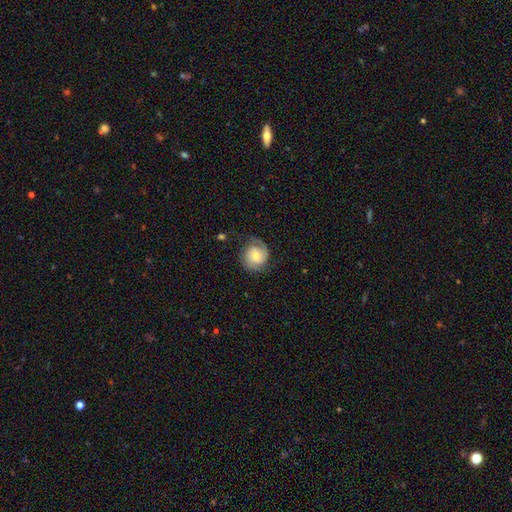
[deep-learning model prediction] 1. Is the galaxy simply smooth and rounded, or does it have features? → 50% featured or disk, 43% smooth, 7% star or artifact.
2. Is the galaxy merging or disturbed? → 68% none, 21% minor disturbance, 10% major disturbance, 1% merger.